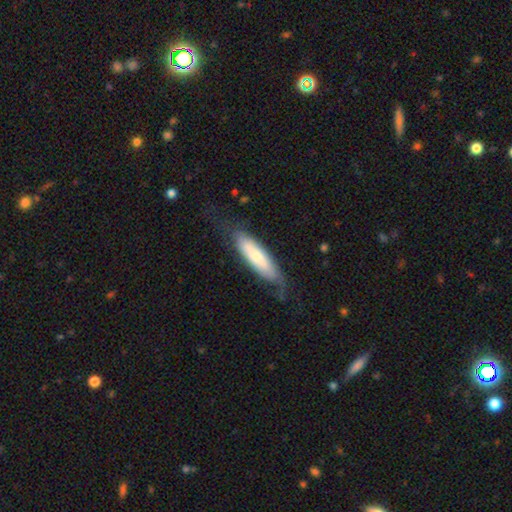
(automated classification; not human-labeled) smooth 60%, featured or disk 34%, star or artifact 6%. Down the decision tree: how rounded — cigar-shaped (60%); merging — none (64%).